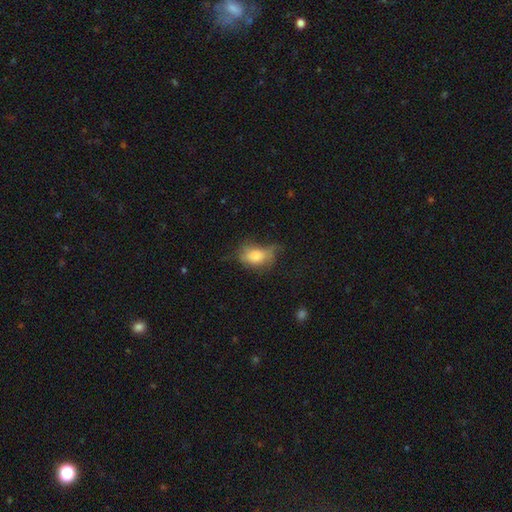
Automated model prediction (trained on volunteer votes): smooth-or-featured: smooth: 71% | featured or disk: 19% | star or artifact: 10%
  how-rounded: in between: 77% | round: 21% | cigar-shaped: 2%
  merging: none: 35% | minor disturbance: 34% | major disturbance: 28% | merger: 3%